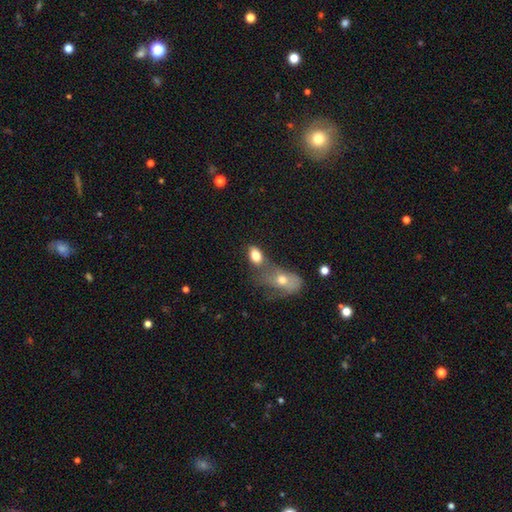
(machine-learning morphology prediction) smooth 79%, featured or disk 12%, star or artifact 9%. Down the decision tree: how rounded — in between (85%); merging — merger (46%).